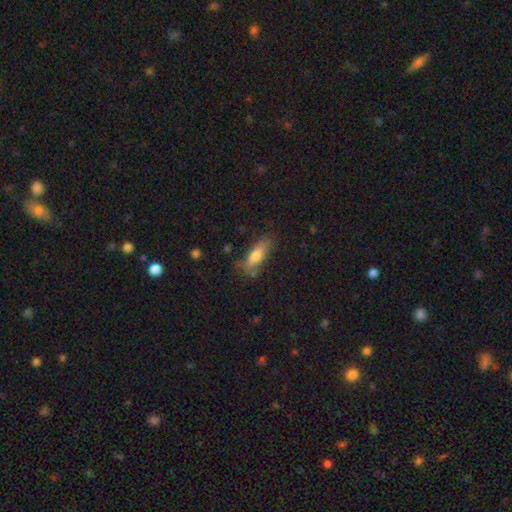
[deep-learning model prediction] Overall: smooth (73%). How rounded: in between (58%; cigar-shaped 40%). Merging: none (67%).